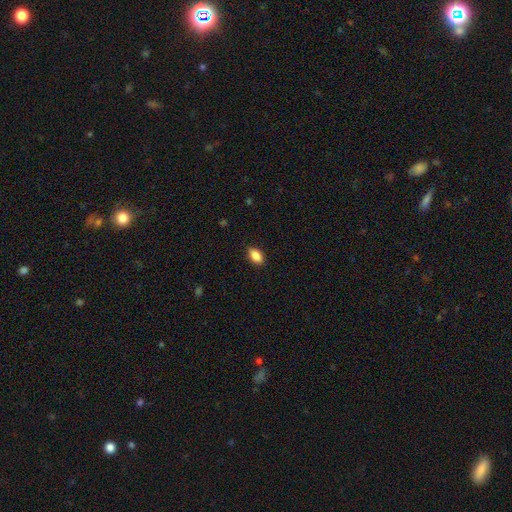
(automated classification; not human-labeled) Smooth or featured: smooth — 88% (star or artifact — 8%)
How rounded: in between — 91% (round — 6%)
Merging: none — 89% (minor disturbance — 8%)